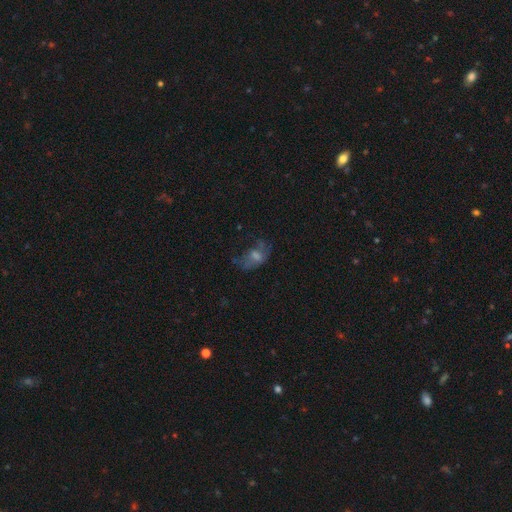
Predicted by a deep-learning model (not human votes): The model was most divided on "smooth or featured": featured or disk: 40%, smooth: 39%, star or artifact: 21%. Remaining: merging — none (43%).